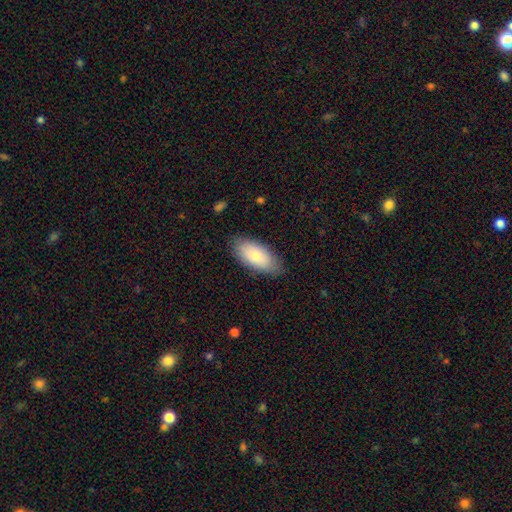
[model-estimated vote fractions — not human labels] Morphology: type=smooth (78%); roundness=in between (91%); merging=none (81%).